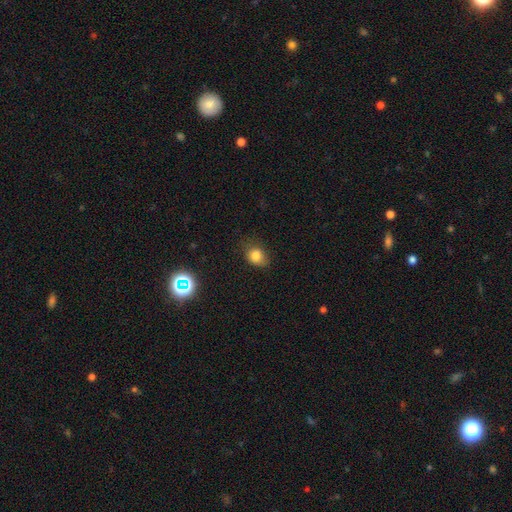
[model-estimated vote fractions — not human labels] This appears to be a smooth galaxy with no disk features (80%) that is round (51%). Merging: none (67%).